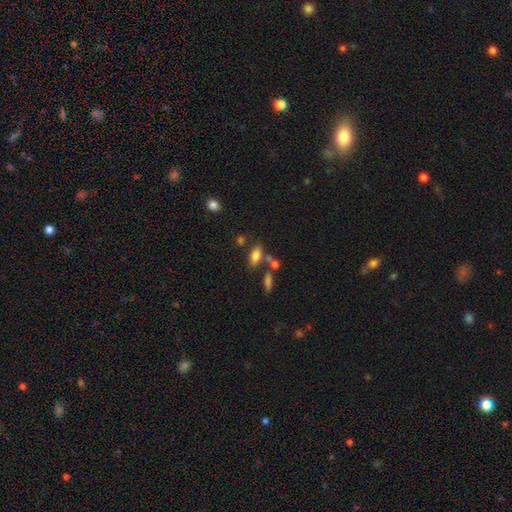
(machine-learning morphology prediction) Smooth or featured? smooth (79%)
How rounded? in between (86%)
Merging? none (60%)